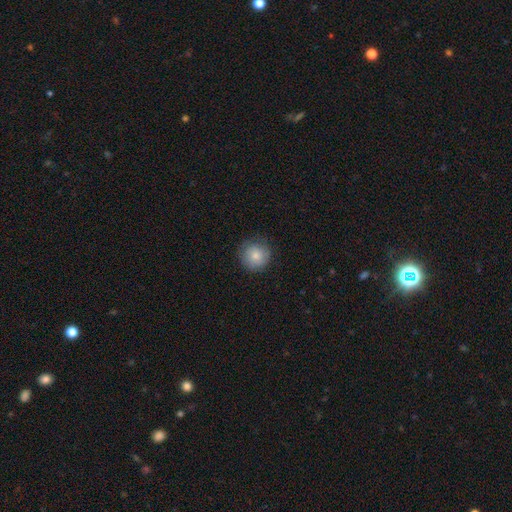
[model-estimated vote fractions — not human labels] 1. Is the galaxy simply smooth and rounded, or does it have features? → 81% smooth, 11% featured or disk, 8% star or artifact.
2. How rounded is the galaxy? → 94% round, 5% in between, 1% cigar-shaped.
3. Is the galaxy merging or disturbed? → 83% none, 13% minor disturbance, 3% major disturbance, 1% merger.